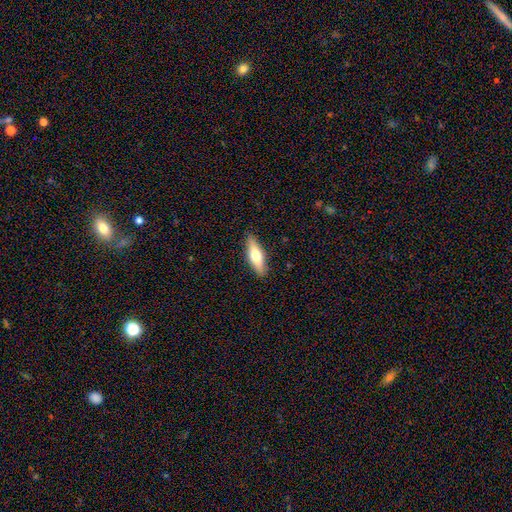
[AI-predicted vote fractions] smooth-or-featured: smooth: 60% | featured or disk: 34% | star or artifact: 6%
  how-rounded: cigar-shaped: 53% | in between: 45% | round: 2%
  merging: none: 89% | minor disturbance: 9% | major disturbance: 2% | merger: 1%